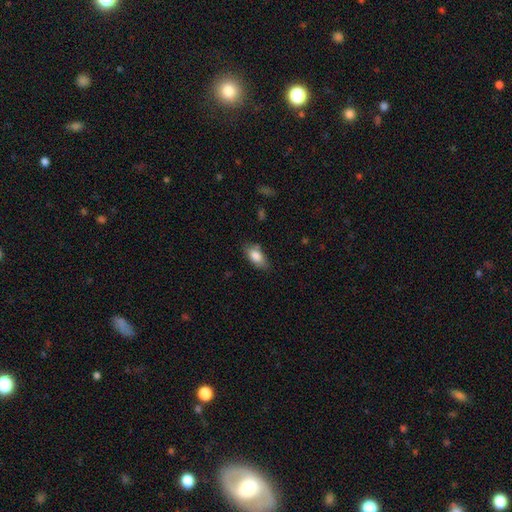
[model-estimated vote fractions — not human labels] smooth 84%, featured or disk 9%, star or artifact 7%. Down the decision tree: how rounded — in between (89%); merging — none (76%).